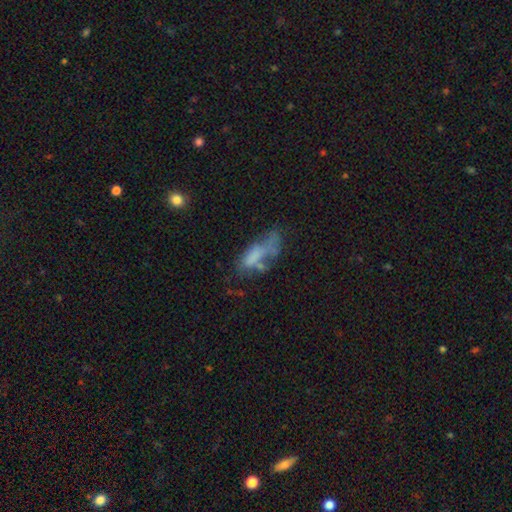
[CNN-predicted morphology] smooth-or-featured: smooth: 55% | featured or disk: 32% | star or artifact: 13%
  how-rounded: in between: 66% | cigar-shaped: 31% | round: 3%
  merging: major disturbance: 33% | none: 27% | minor disturbance: 24% | merger: 16%